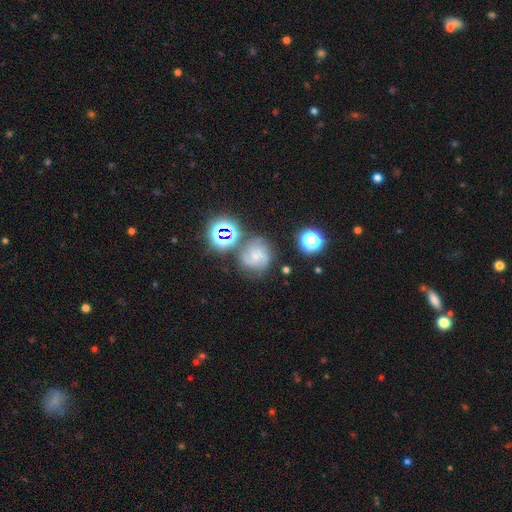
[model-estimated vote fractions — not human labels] This is likely a featured or disk galaxy (65%). It is clearly not viewed edge-on (98%). Bar: likely no (68%). Spiral arm pattern: clearly yes (92%). Spiral arm count: marginally 3 (42%). Spiral winding: possibly medium (46%). Central bulge: likely small (63%). Merging: likely none (63%).